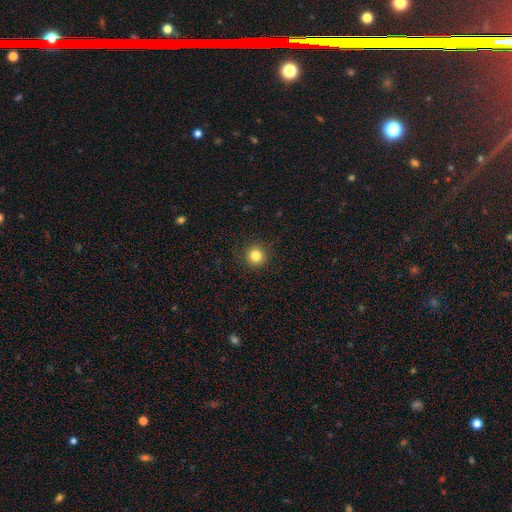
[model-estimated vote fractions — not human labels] Smooth or featured? Predicted: smooth (p=0.83). How rounded? Predicted: round (p=0.95). Merging? Predicted: none (p=0.92).